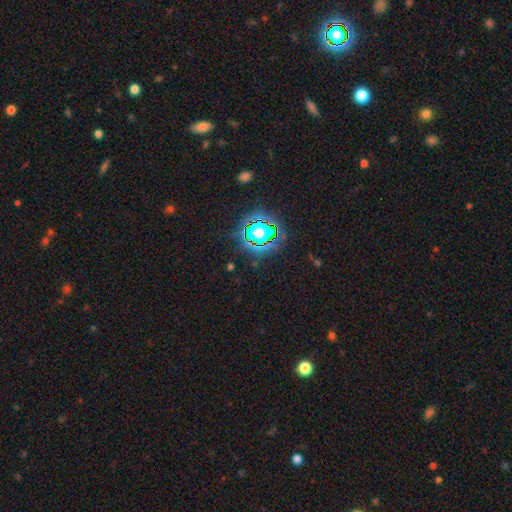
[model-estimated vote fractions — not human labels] Q: Smooth or featured?
A: star or artifact (82%); runner-up: smooth (10%)